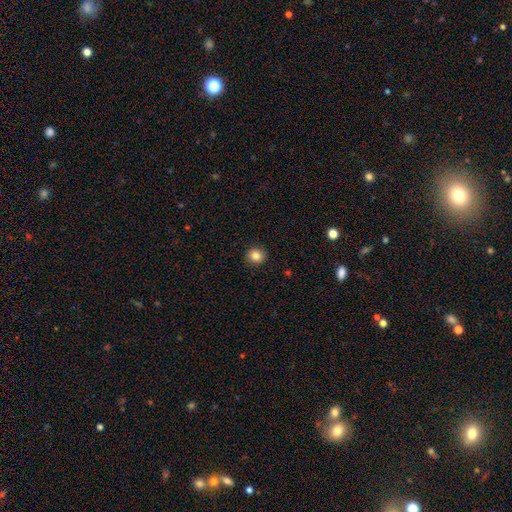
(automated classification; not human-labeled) smooth_or_featured: smooth (p=0.84) [alt: star or artifact p=0.11]
how_rounded: round (p=0.88) [alt: in between p=0.11]
merging: none (p=0.92) [alt: minor disturbance p=0.05]